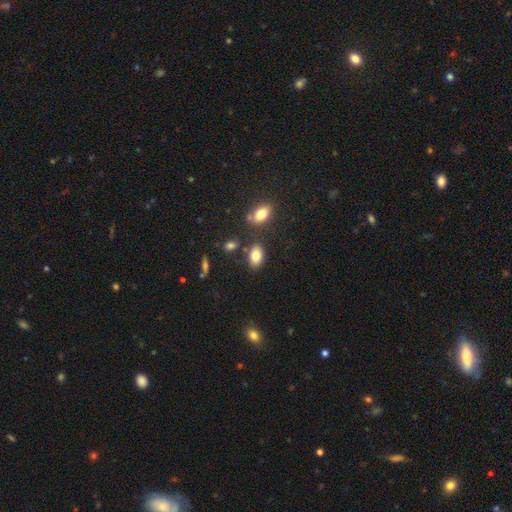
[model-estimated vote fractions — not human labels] Q: Smooth or featured?
A: smooth (82%); runner-up: featured or disk (9%)
Q: How rounded?
A: in between (90%); runner-up: round (8%)
Q: Merging?
A: none (75%); runner-up: minor disturbance (12%)